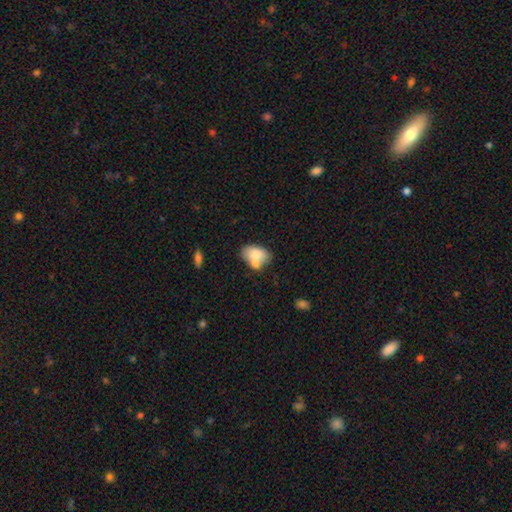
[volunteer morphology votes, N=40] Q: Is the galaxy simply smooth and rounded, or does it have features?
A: smooth — 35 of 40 (88%).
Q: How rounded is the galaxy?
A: in between — 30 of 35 (86%).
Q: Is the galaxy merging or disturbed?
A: none — 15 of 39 (38%).